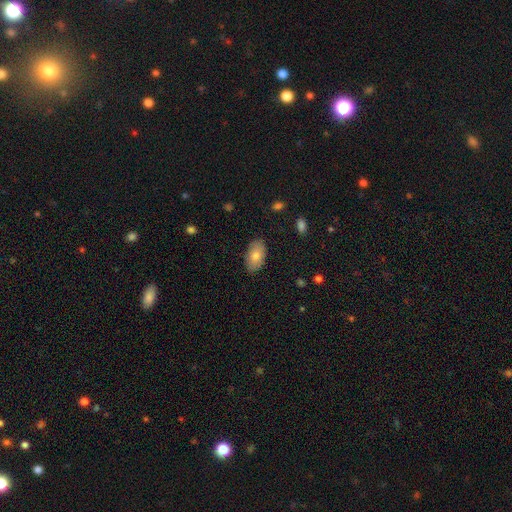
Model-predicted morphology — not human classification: smooth_or_featured: smooth (p=0.76) [alt: featured or disk p=0.17]
how_rounded: in between (p=0.94) [alt: round p=0.05]
merging: none (p=0.86) [alt: minor disturbance p=0.11]